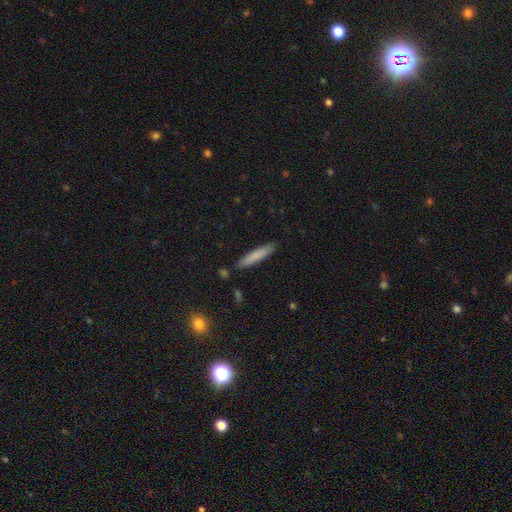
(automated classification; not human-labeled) smooth_or_featured: smooth (p=0.79) [alt: featured or disk p=0.15]
how_rounded: cigar-shaped (p=0.91) [alt: in between p=0.08]
merging: none (p=0.87) [alt: minor disturbance p=0.09]